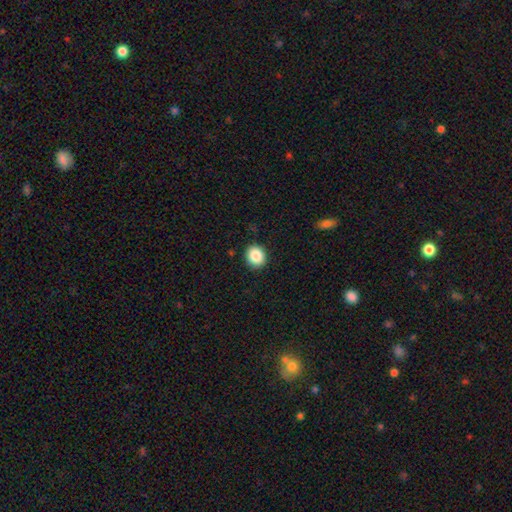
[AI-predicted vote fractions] The model was most divided on "how rounded": round: 78%, in between: 22%, cigar-shaped: 1%. More confident: merging — none (89%); smooth or featured — smooth (87%).